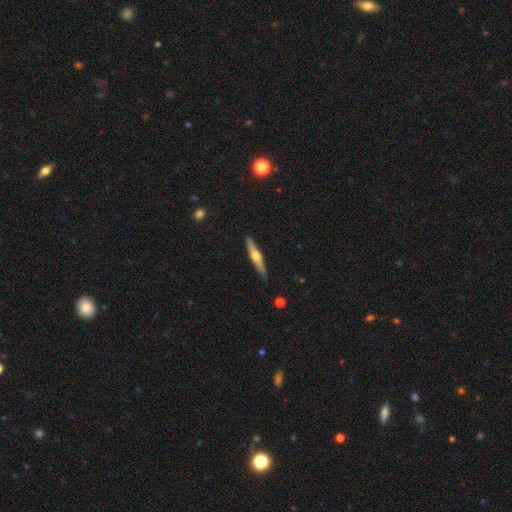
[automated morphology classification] featured or disk 62%, smooth 32%, star or artifact 5%. Down the decision tree: edge-on disk — yes (96%); edge-on bulge — rounded (93%); merging — none (88%).